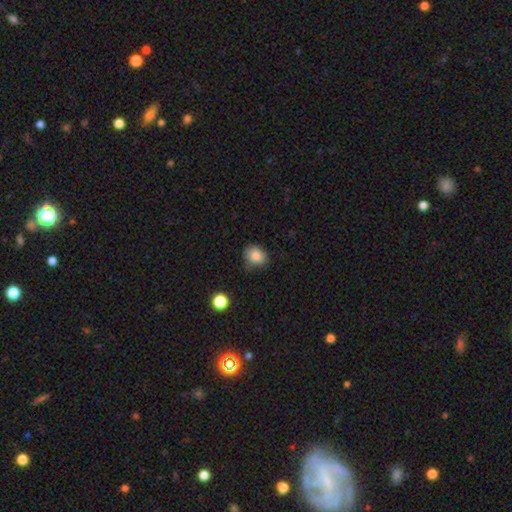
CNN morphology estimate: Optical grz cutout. It shows a smooth galaxy with no disk features (84%) that is round (59%). Merging: none (66%).